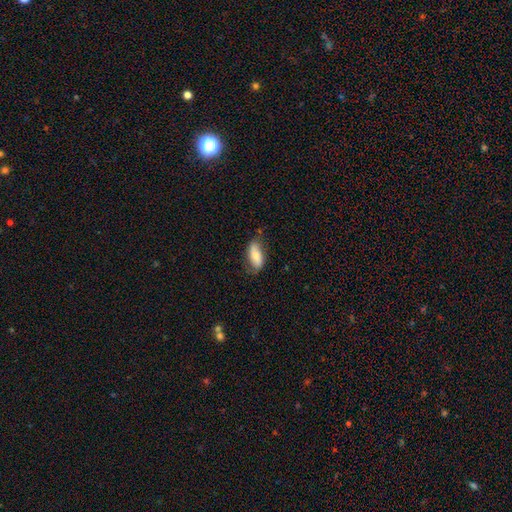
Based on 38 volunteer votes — This appears to be a smooth galaxy with no disk features (74%) that is in between round and cigar-shaped (86%). Merging: none (57%).